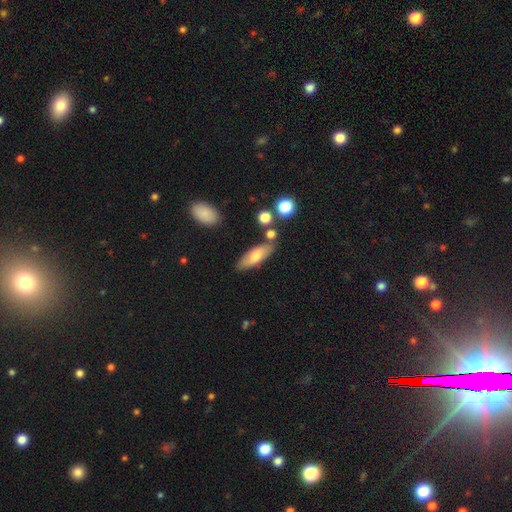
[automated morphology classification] Smooth or featured? smooth (68%)
How rounded? in between (58%)
Merging? none (76%)